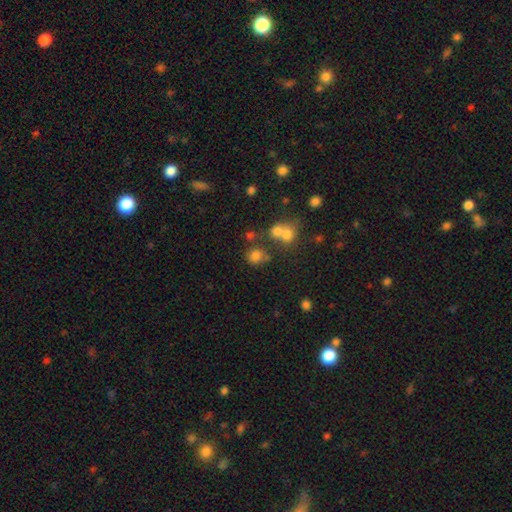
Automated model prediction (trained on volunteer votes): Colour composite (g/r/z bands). It shows a smooth galaxy with no disk features (74%) that is round (78%). Merging: none (55%).